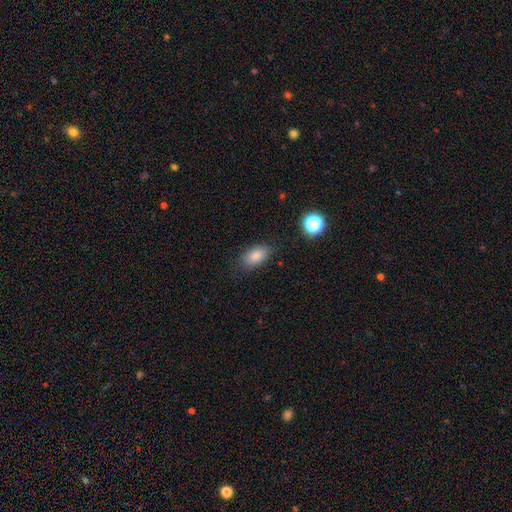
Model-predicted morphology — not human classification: A smooth galaxy with no disk features (81%) that is in between round and cigar-shaped (89%). Merging: none (84%).